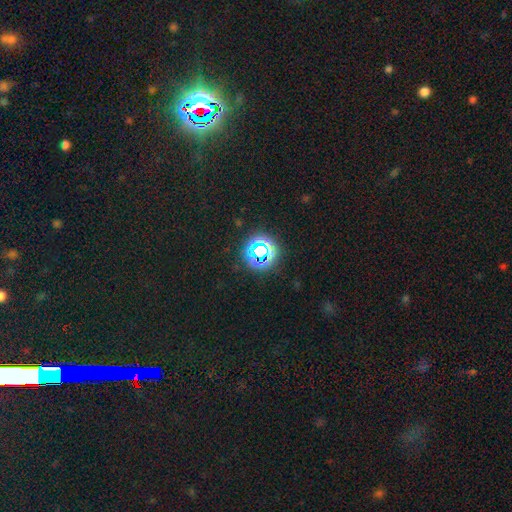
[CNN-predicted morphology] Q: Smooth or featured?
A: star or artifact (57%); runner-up: smooth (37%)